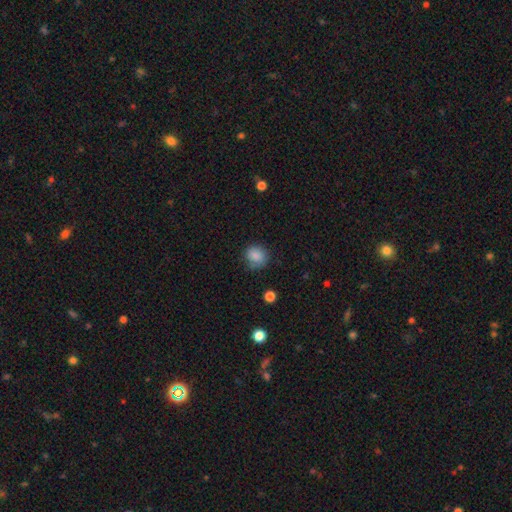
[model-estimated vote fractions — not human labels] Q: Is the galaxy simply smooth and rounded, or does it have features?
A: smooth — 85%.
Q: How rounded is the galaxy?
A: round — 72%.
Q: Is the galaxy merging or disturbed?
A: none — 74%.